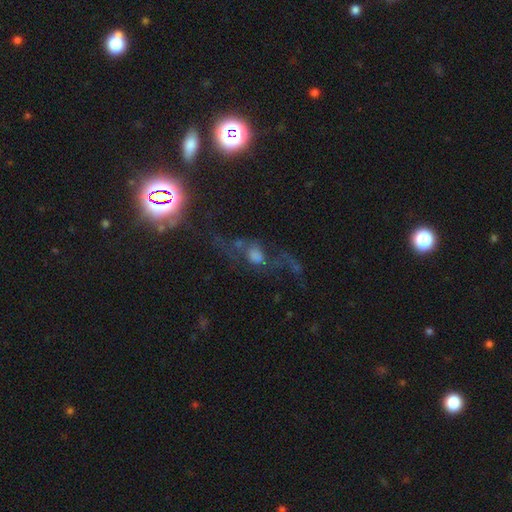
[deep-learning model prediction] featured or disk 47%, smooth 29%, star or artifact 24%. Down the decision tree: merging — none (39%).